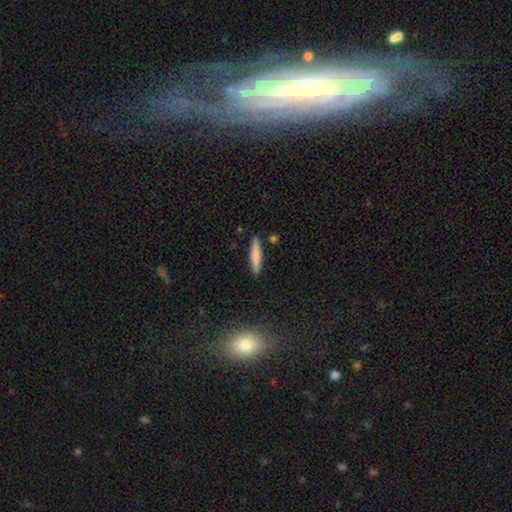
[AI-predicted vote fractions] This appears to be a smooth galaxy with no disk features (81%) that is cigar-shaped (83%). Merging: none (88%).